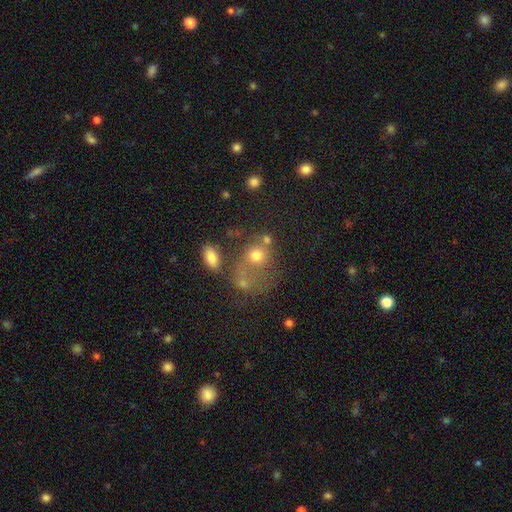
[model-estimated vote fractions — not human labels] Overall: smooth (68%). How rounded: round (62%; in between 37%). Merging: none (37%; merger 31%).